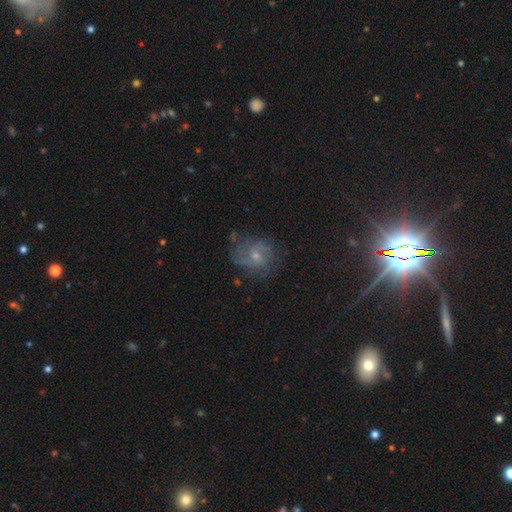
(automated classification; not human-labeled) This is possibly a featured or disk galaxy (54%). It is clearly not viewed edge-on (97%). Bar: likely no (72%). Spiral arm pattern: likely yes (73%). Central bulge: possibly small (56%). Merging: possibly none (59%).